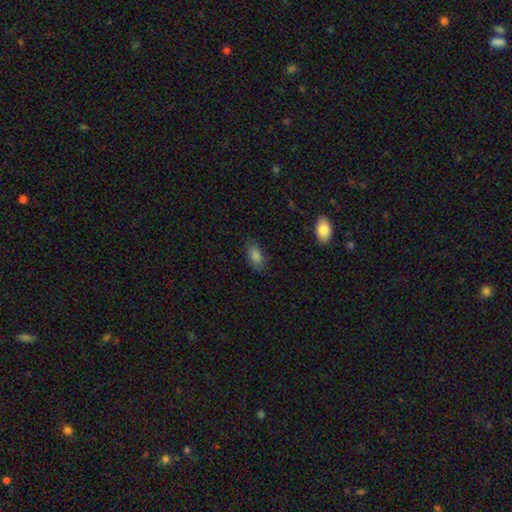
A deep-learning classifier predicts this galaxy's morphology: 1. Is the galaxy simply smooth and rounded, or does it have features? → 83% smooth, 9% featured or disk, 9% star or artifact.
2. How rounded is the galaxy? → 92% in between, 4% round, 4% cigar-shaped.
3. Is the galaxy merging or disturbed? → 80% none, 15% minor disturbance, 4% major disturbance, 1% merger.